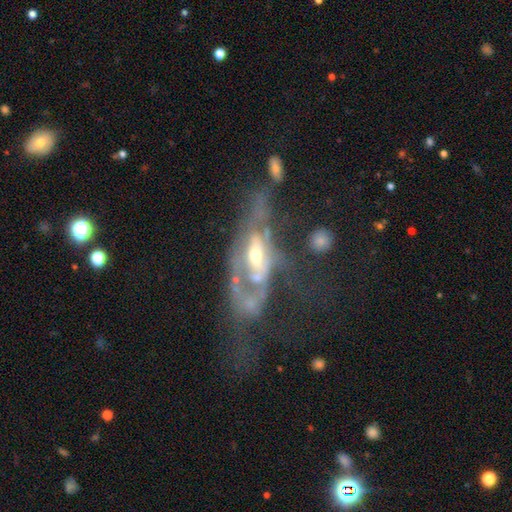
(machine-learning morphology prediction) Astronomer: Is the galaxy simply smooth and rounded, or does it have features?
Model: featured or disk — 74%.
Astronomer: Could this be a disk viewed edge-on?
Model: no — 83%.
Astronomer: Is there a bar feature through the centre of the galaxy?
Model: no — 64%.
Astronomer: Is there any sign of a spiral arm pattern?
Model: no — 54% (runner-up: yes, 46%).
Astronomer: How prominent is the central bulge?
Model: moderate — 54% (runner-up: small, 37%).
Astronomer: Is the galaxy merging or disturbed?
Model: major disturbance — 46%.